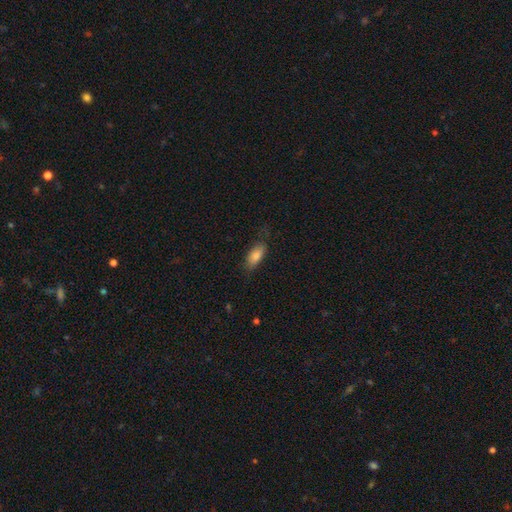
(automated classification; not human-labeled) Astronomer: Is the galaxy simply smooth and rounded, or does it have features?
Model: smooth — 80%.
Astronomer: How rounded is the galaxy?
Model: in between — 80%.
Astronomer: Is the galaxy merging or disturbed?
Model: none — 72%.